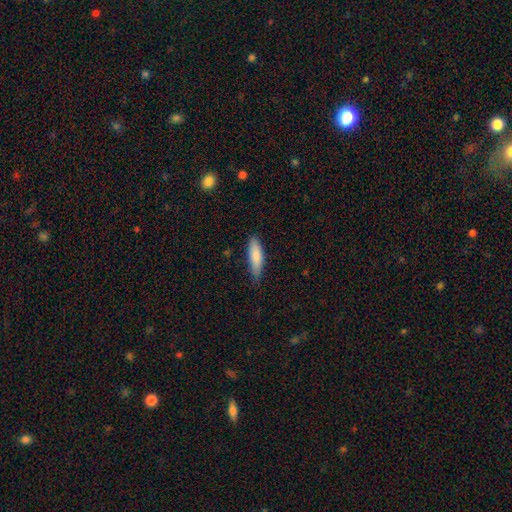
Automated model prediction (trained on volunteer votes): Smooth or featured? Predicted: smooth (p=0.83). How rounded? Predicted: in between (p=0.50). Merging? Predicted: none (p=0.76).